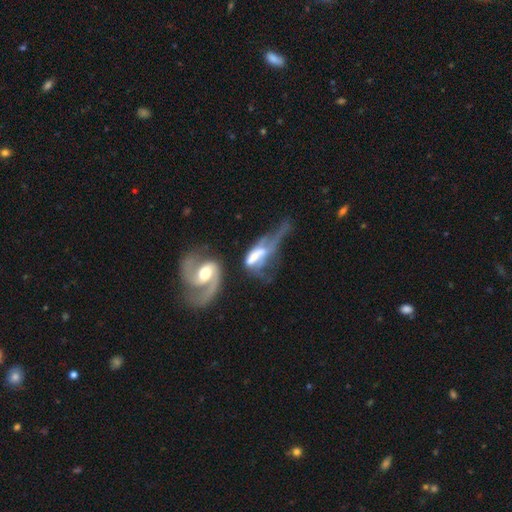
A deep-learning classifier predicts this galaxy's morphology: Smooth or featured? featured or disk (61%)
Edge-on disk? no (87%)
Bar? no (55%)
Spiral arms? yes (51%)
Bulge size? moderate (41%)
Merging? merger (49%)